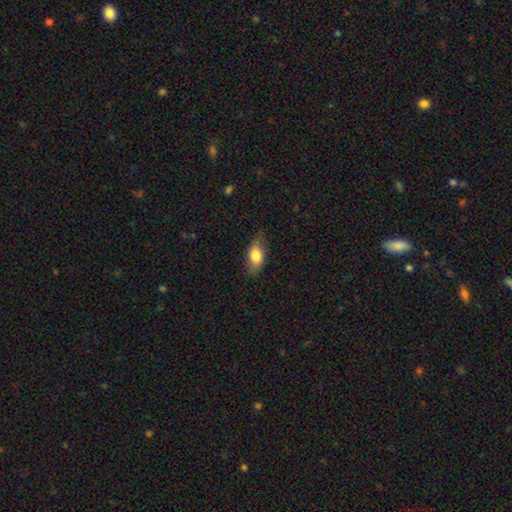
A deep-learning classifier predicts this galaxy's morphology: Smooth or featured? smooth (80%)
How rounded? in between (86%)
Merging? none (74%)